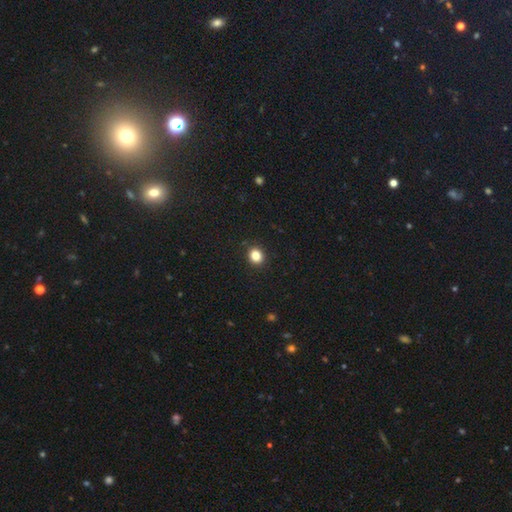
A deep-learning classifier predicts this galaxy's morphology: Smooth or featured? Predicted: smooth (p=0.84). How rounded? Predicted: round (p=0.72). Merging? Predicted: none (p=0.91).